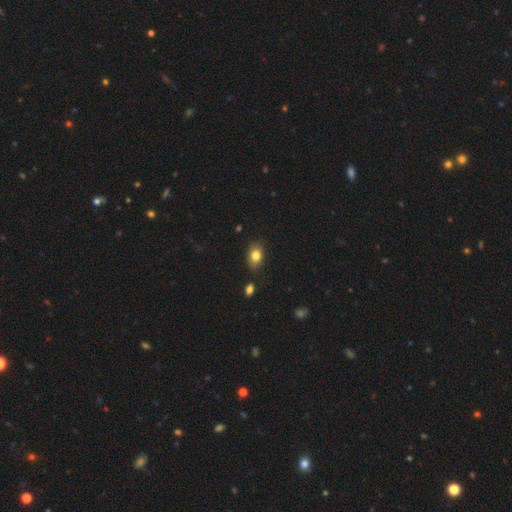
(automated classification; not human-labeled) A smooth galaxy with no disk features (81%) that is in between round and cigar-shaped (79%). Merging: none (80%).